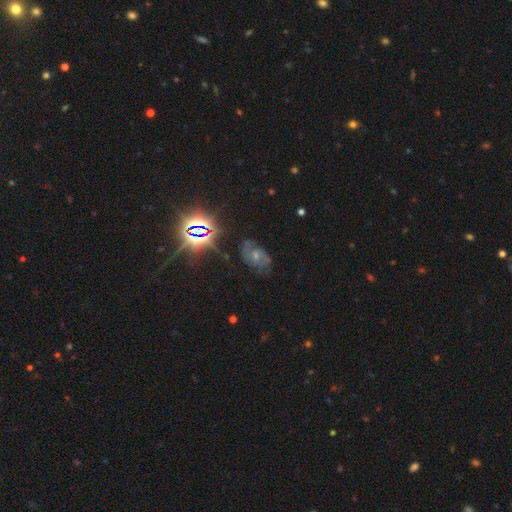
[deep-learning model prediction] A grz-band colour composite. It shows a featured or disk galaxy (60%) with no bar (52%), 2 (64%) medium (48%) spiral arms (89%) and a small central bulge (49%). Merging: none (70%).